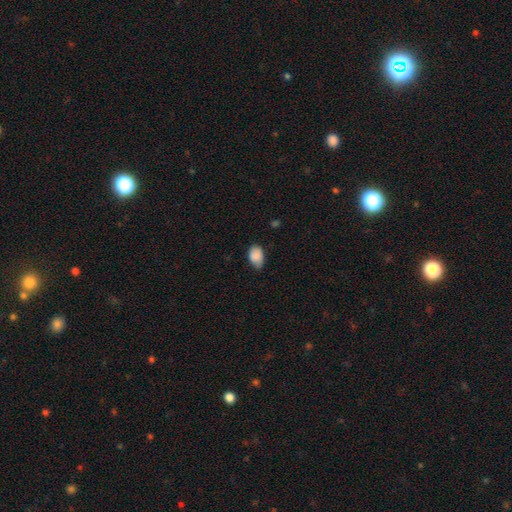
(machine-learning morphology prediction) Q: Smooth or featured?
A: smooth (88%); runner-up: star or artifact (7%)
Q: How rounded?
A: in between (85%); runner-up: round (14%)
Q: Merging?
A: none (64%); runner-up: minor disturbance (30%)